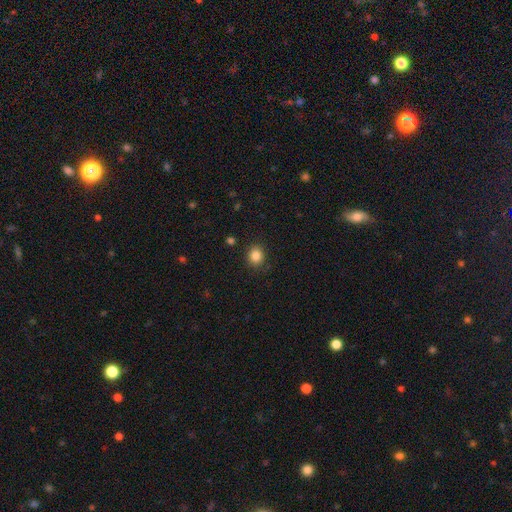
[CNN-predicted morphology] Smooth or featured?
  - smooth: 85% *
  - star or artifact: 11%
  - featured or disk: 4%
How rounded?
  - round: 78% *
  - in between: 21%
  - cigar-shaped: 1%
Merging?
  - none: 88% *
  - minor disturbance: 8%
  - major disturbance: 3%
  - merger: 2%